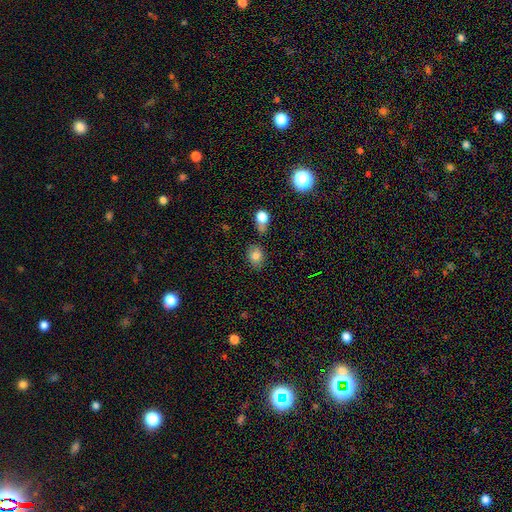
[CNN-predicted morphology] Q: Smooth or featured?
A: smooth (80%); runner-up: star or artifact (11%)
Q: How rounded?
A: in between (57%); runner-up: round (42%)
Q: Merging?
A: none (68%); runner-up: minor disturbance (16%)